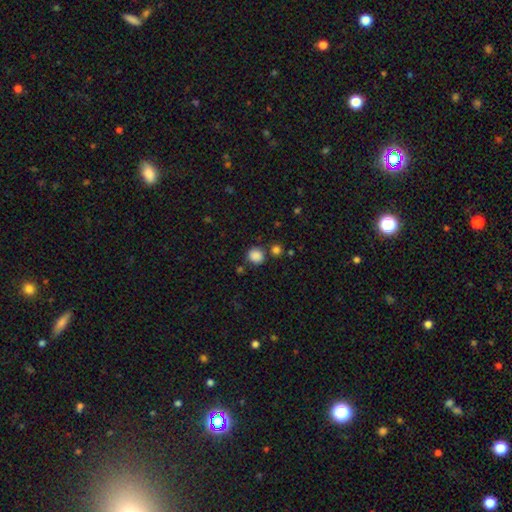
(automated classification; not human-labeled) Overall: smooth (86%). How rounded: round (85%). Merging: none (77%).